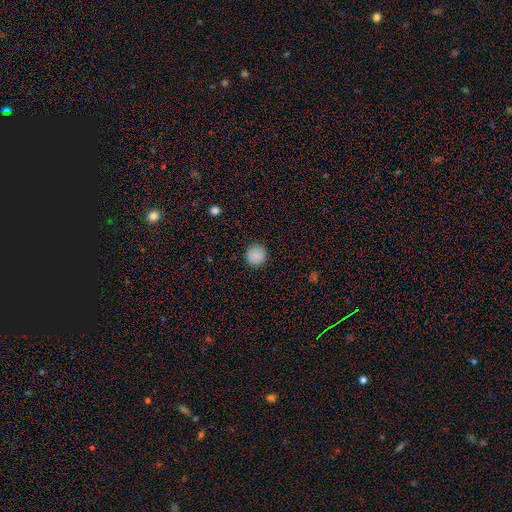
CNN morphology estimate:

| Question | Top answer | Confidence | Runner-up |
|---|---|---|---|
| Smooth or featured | smooth | 86% | star or artifact (9%) |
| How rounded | round | 94% | in between (5%) |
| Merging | none | 90% | minor disturbance (7%) |